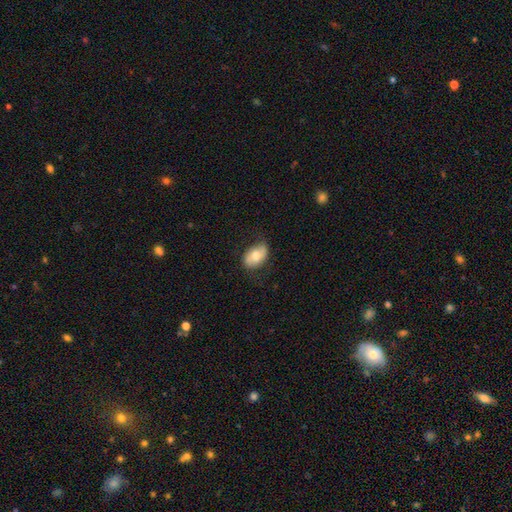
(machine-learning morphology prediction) Smooth or featured: smooth — 62% (featured or disk — 32%)
How rounded: in between — 86% (round — 12%)
Merging: none — 69% (minor disturbance — 24%)